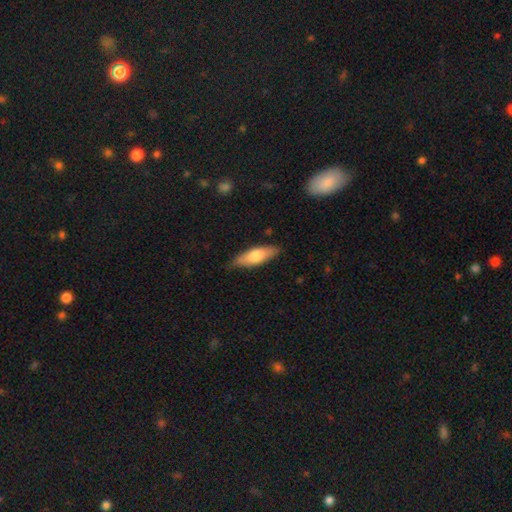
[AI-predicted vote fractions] Smooth or featured? Predicted: smooth (p=0.70). How rounded? Predicted: in between (p=0.60). Merging? Predicted: none (p=0.79).